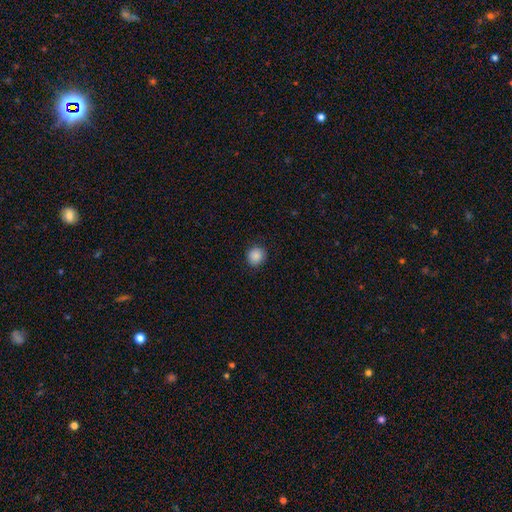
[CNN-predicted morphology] Smooth or featured?
  - smooth: 87% *
  - star or artifact: 9%
  - featured or disk: 3%
How rounded?
  - round: 88% *
  - in between: 11%
  - cigar-shaped: 1%
Merging?
  - none: 89% *
  - minor disturbance: 8%
  - major disturbance: 2%
  - merger: 1%